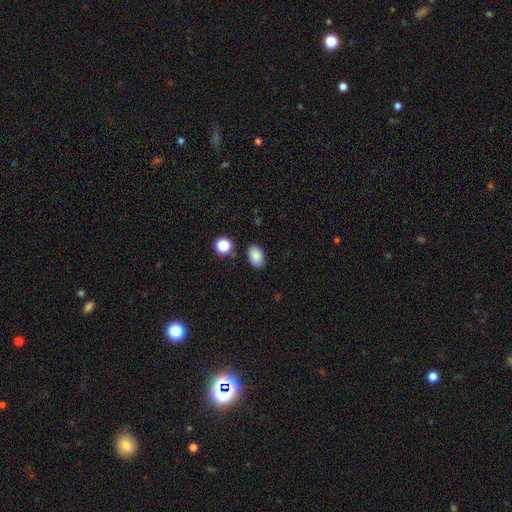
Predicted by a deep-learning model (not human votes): Overall: smooth (87%). How rounded: in between (87%). Merging: none (84%).